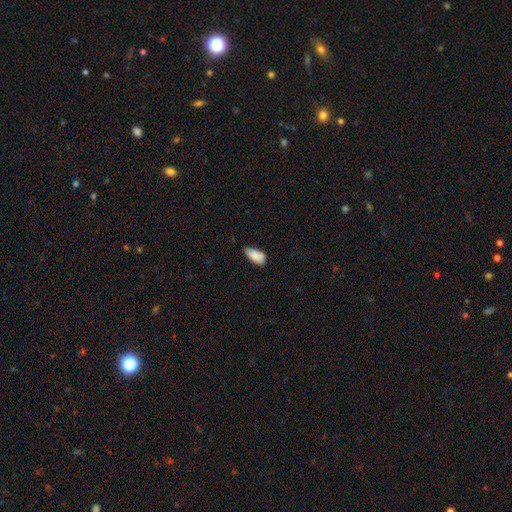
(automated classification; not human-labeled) smooth 87%, star or artifact 7%, featured or disk 6%. Down the decision tree: how rounded — in between (92%); merging — none (62%).